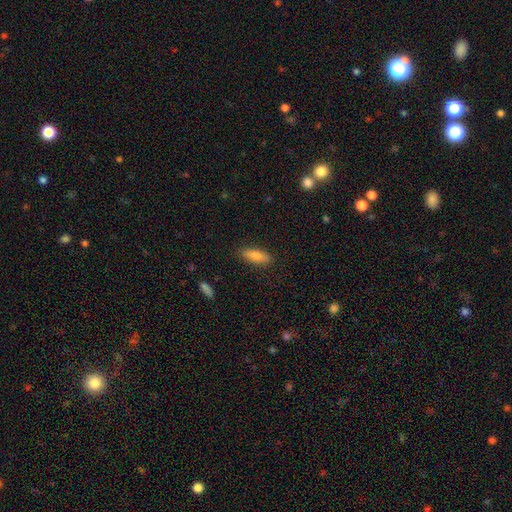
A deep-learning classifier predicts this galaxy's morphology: Smooth or featured? Predicted: smooth (p=0.83). How rounded? Predicted: in between (p=0.61). Merging? Predicted: none (p=0.87).